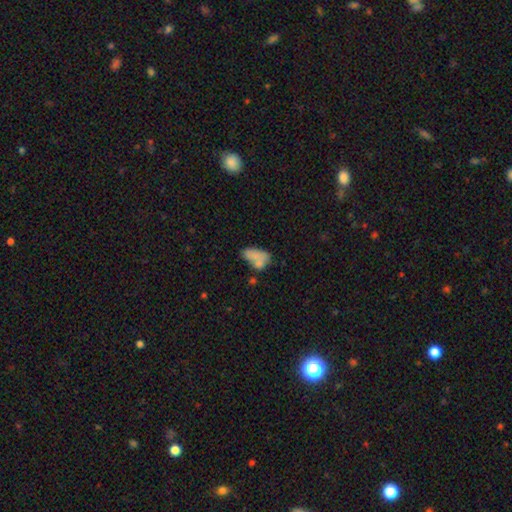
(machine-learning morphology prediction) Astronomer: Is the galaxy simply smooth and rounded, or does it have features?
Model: smooth — 73%.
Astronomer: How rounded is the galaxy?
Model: in between — 88%.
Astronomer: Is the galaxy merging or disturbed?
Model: merger — 34% (runner-up: none, 33%).